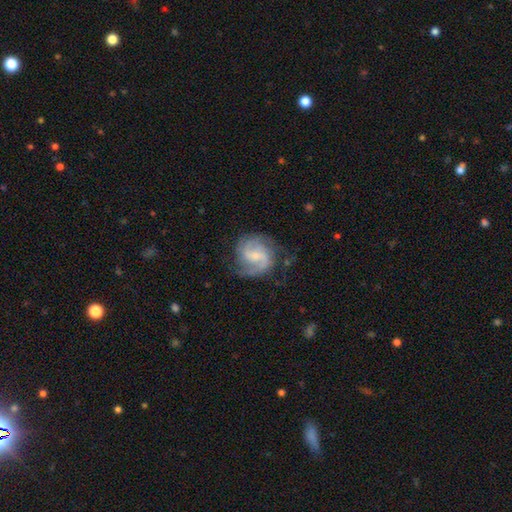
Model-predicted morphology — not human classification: The model was most divided on "bar": weak: 54%, no: 31%, strong: 15%. More confident: edge-on disk — no (98%); spiral arms — yes (97%); smooth or featured — featured or disk (84%); spiral arm count — 2 (82%); merging — none (72%); bulge size — small (59%); spiral winding — medium (53%).